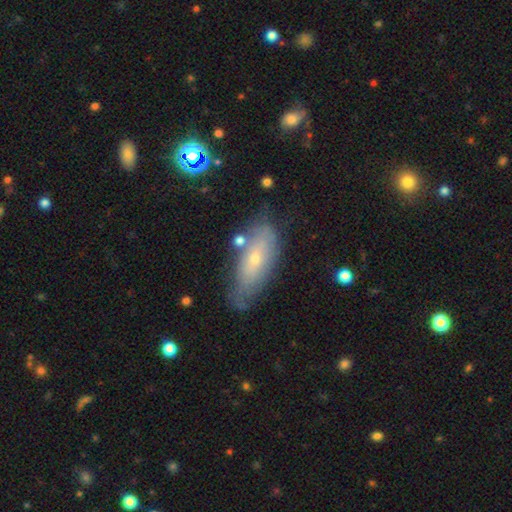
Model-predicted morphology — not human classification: Smooth or featured? featured or disk (47%)
Merging? none (70%)